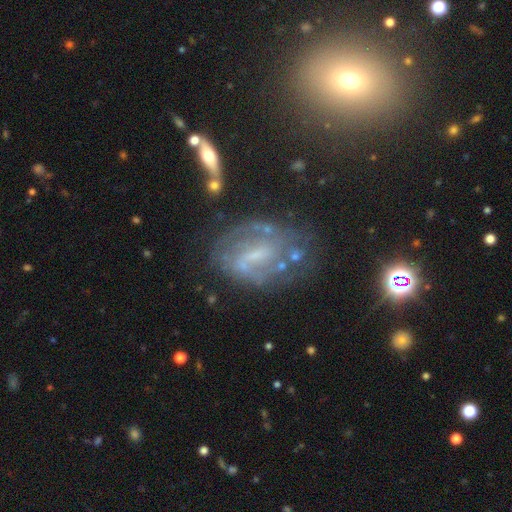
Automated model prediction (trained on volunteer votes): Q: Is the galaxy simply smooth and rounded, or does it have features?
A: featured or disk — 73%.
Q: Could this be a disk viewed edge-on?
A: no — 94%.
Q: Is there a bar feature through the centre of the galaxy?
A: weak — 47%.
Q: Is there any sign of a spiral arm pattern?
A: yes — 73%.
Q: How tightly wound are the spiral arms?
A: medium — 40%.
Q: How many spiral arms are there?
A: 2 — 46%.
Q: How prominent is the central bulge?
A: small — 44%.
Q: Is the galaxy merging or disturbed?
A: none — 57%.